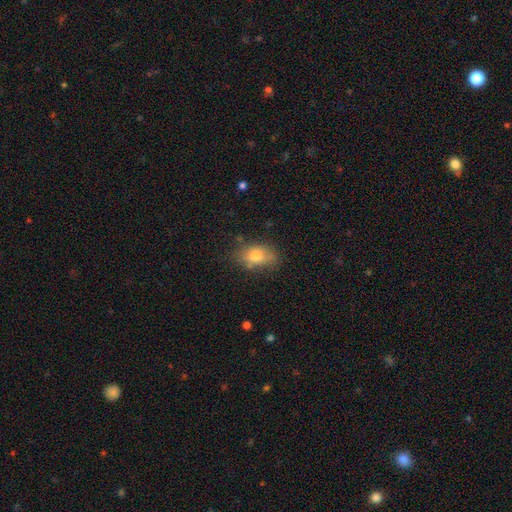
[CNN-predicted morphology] smooth-or-featured: smooth: 75% | featured or disk: 15% | star or artifact: 9%
  how-rounded: in between: 80% | round: 17% | cigar-shaped: 3%
  merging: none: 67% | minor disturbance: 23% | major disturbance: 6% | merger: 4%